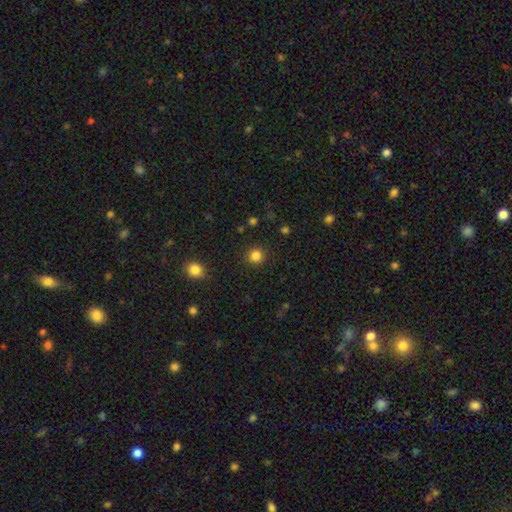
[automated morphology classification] Smooth or featured: smooth — 84% (star or artifact — 12%)
How rounded: round — 93% (in between — 6%)
Merging: none — 91% (minor disturbance — 6%)